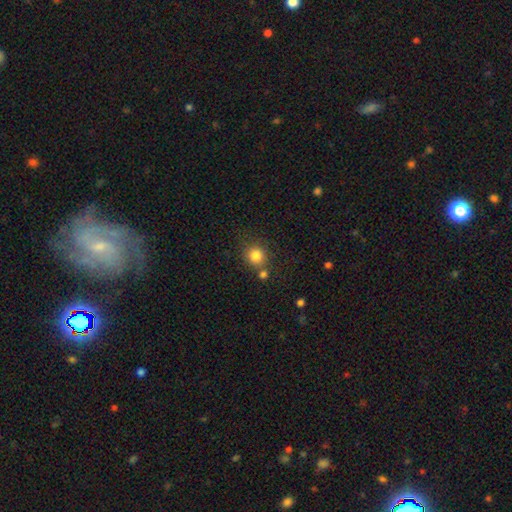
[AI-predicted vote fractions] Q: Smooth or featured?
A: smooth (83%); runner-up: star or artifact (11%)
Q: How rounded?
A: round (87%); runner-up: in between (12%)
Q: Merging?
A: none (68%); runner-up: merger (17%)